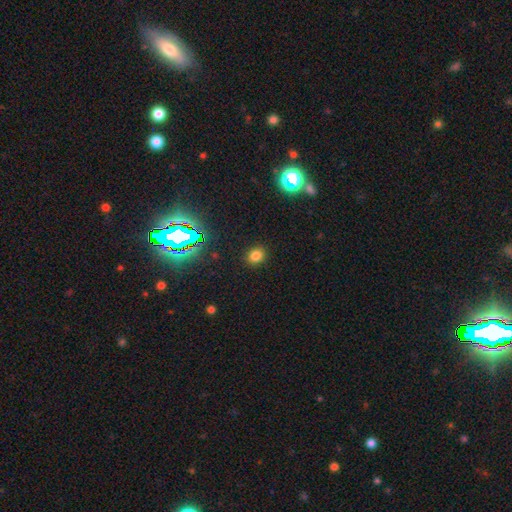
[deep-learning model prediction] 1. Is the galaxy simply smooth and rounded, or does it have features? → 76% smooth, 19% star or artifact, 5% featured or disk.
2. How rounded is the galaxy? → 63% round, 36% in between, 1% cigar-shaped.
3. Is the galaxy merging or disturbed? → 89% none, 7% minor disturbance, 3% major disturbance, 1% merger.